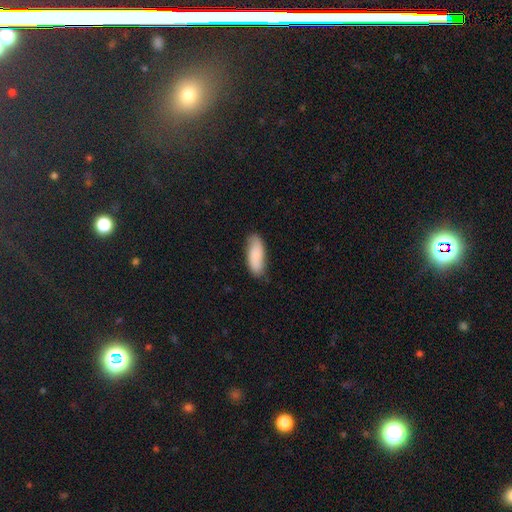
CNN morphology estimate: type=smooth (84%); roundness=in between (72%); merging=none (76%).